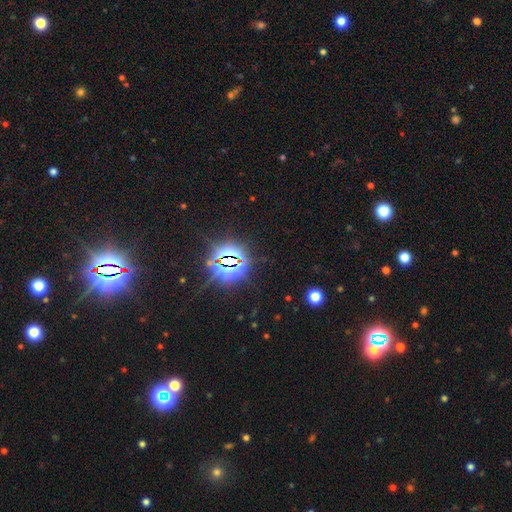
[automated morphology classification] Smooth or featured: star or artifact — 83% (smooth — 11%)